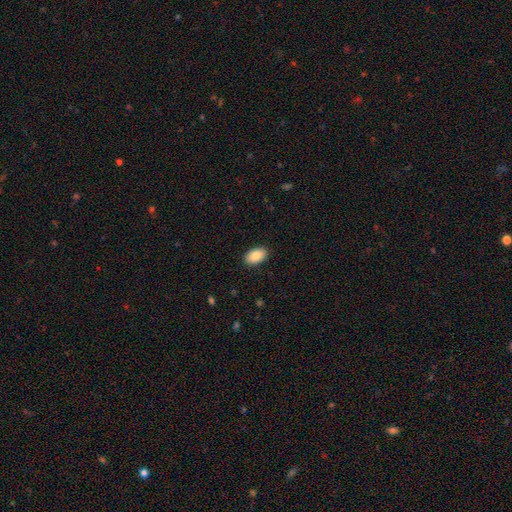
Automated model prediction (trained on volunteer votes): Q: Smooth or featured?
A: smooth (87%); runner-up: star or artifact (7%)
Q: How rounded?
A: in between (93%); runner-up: round (6%)
Q: Merging?
A: none (89%); runner-up: minor disturbance (8%)